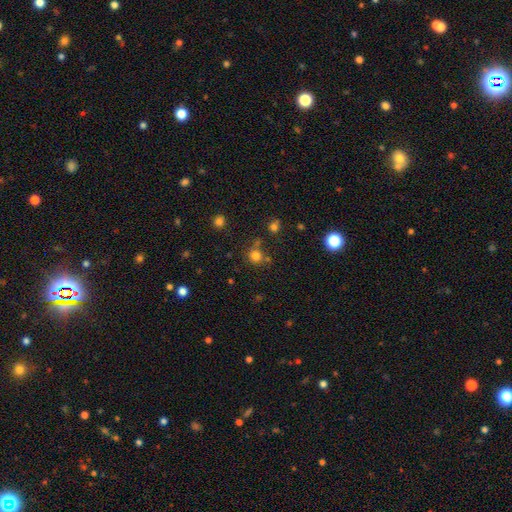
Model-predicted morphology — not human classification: This is likely a smooth galaxy (76%). How rounded: clearly round (89%). Merging: likely none (70%).